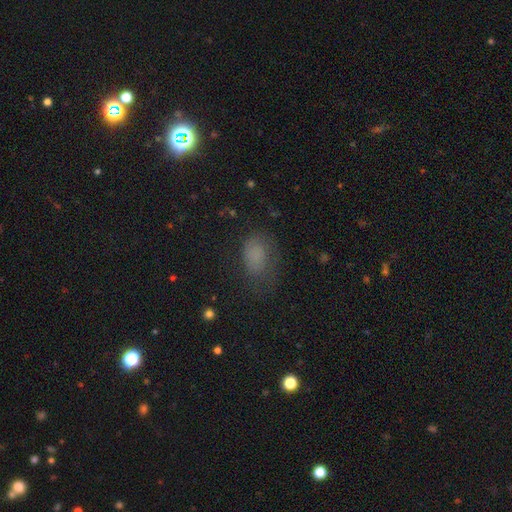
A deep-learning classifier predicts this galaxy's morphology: Smooth or featured: smooth — 72% (star or artifact — 16%)
How rounded: in between — 80% (round — 18%)
Merging: none — 55% (minor disturbance — 25%)